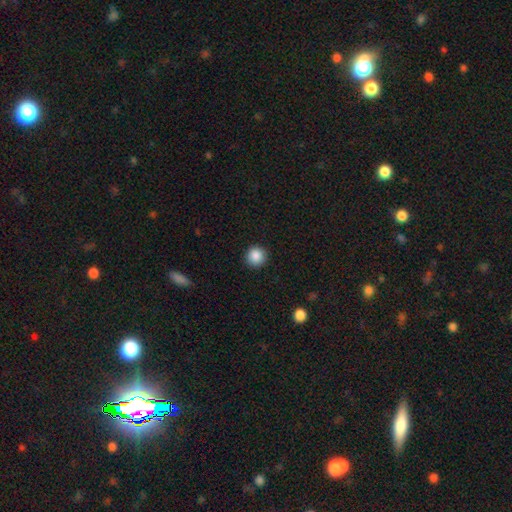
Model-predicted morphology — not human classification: Smooth or featured: smooth — 87% (star or artifact — 9%)
How rounded: round — 95% (in between — 4%)
Merging: none — 92% (minor disturbance — 5%)